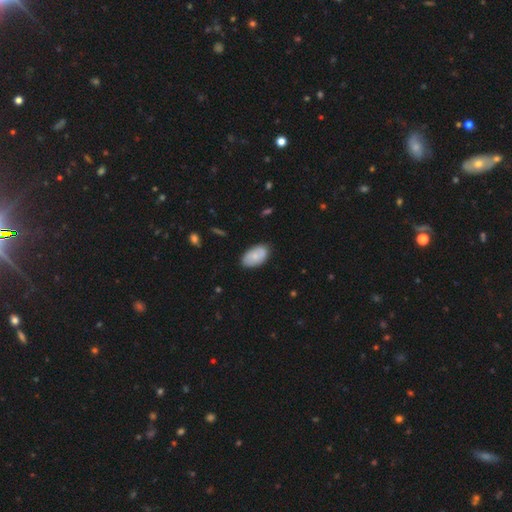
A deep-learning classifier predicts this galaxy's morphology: Smooth or featured? smooth (68%)
How rounded? in between (94%)
Merging? none (80%)